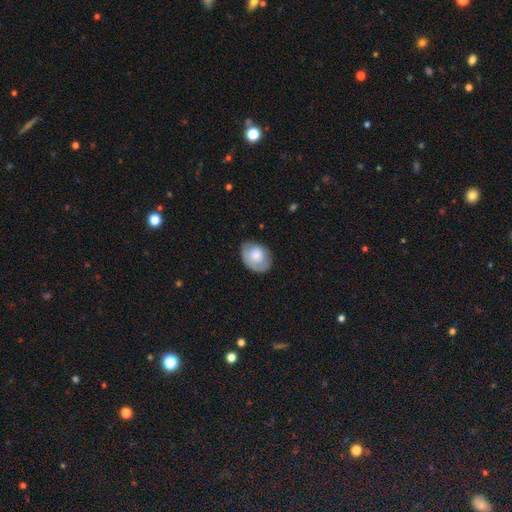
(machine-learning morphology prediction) Smooth or featured: smooth — 66% (featured or disk — 27%)
How rounded: in between — 68% (round — 31%)
Merging: none — 67% (minor disturbance — 25%)